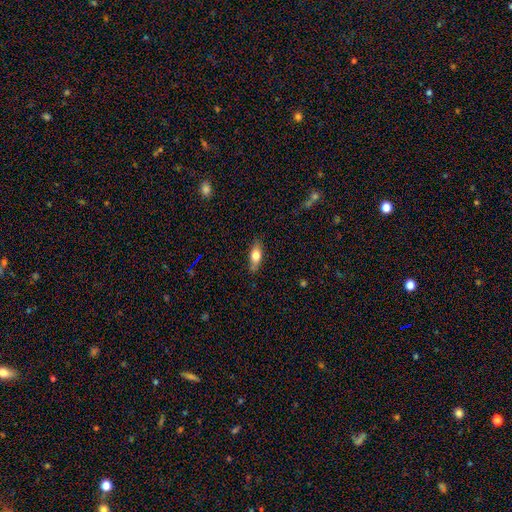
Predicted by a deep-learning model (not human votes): Morphology: type=smooth (71%); roundness=in between (72%); merging=none (80%).